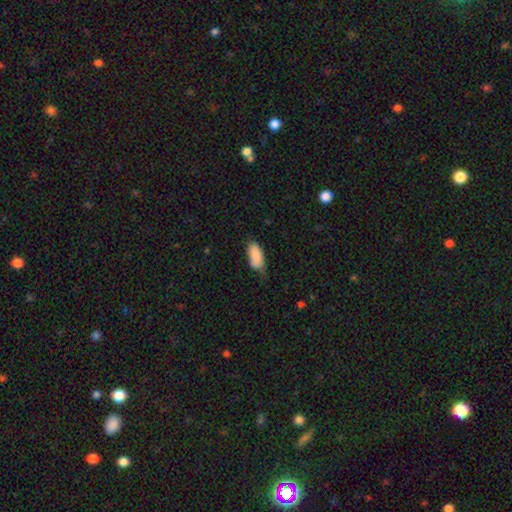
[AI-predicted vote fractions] smooth 86%, featured or disk 7%, star or artifact 7%. Down the decision tree: how rounded — in between (90%); merging — none (51%).